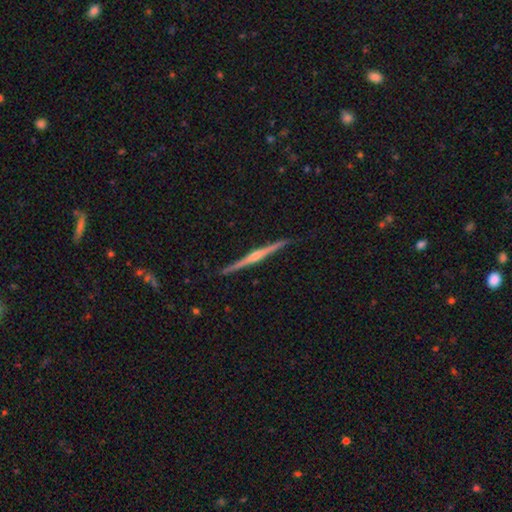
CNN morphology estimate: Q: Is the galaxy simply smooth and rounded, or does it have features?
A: featured or disk — 79%.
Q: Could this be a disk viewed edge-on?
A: yes — 98%.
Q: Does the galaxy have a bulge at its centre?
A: rounded — 78%.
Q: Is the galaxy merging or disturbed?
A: none — 90%.